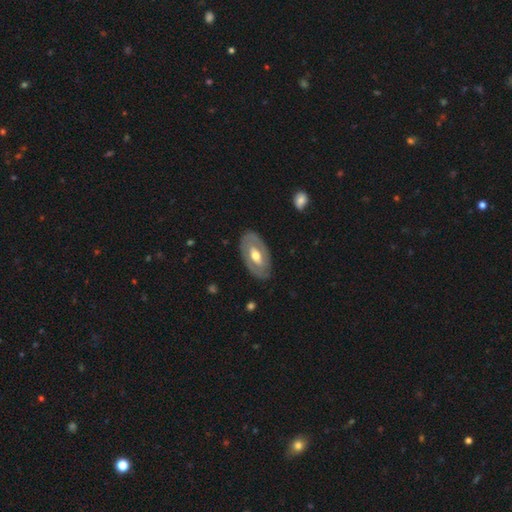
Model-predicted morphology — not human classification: Smooth or featured: featured or disk — 62% (smooth — 33%)
Edge-on disk: no — 89% (yes — 11%)
Bar: no — 53% (weak — 29%)
Spiral arms: no — 71% (yes — 29%)
Bulge size: moderate — 71% (large — 16%)
Merging: none — 83% (minor disturbance — 12%)